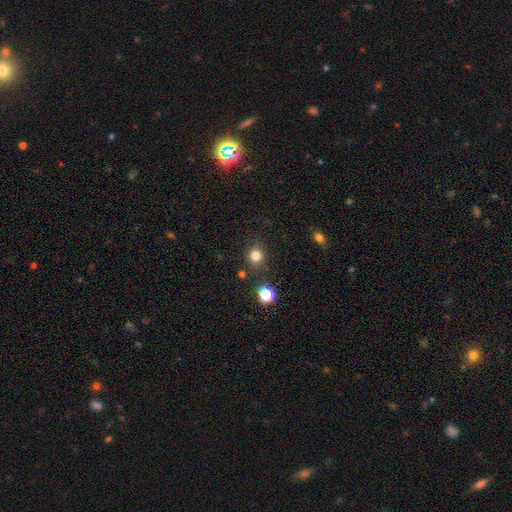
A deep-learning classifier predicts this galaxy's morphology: A smooth galaxy with no disk features (80%) that is round (88%).

Vote fractions:
- Smooth or featured? smooth: 80% / star or artifact: 15% / featured or disk: 5%
- How rounded? round: 88% / in between: 11% / cigar-shaped: 1%
- Merging? none: 85% / minor disturbance: 8% / merger: 4% / major disturbance: 3%